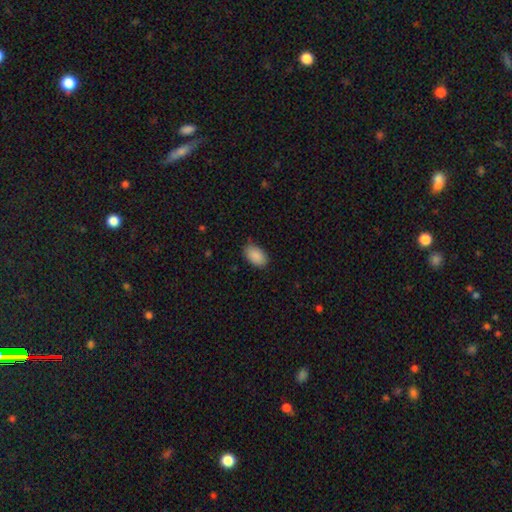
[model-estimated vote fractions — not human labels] Morphology: type=smooth (90%); roundness=in between (93%); merging=none (82%).